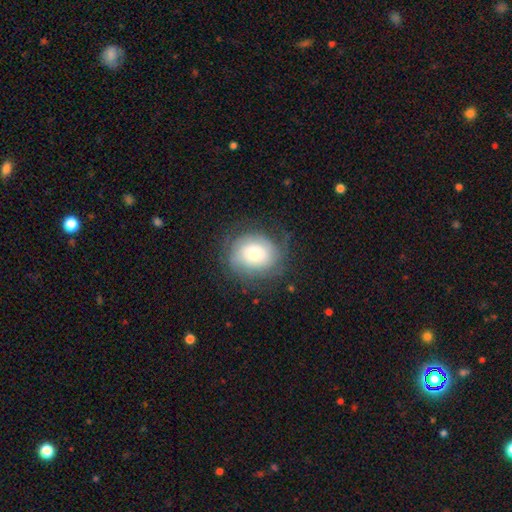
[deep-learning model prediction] Morphology: type=featured or disk (52%); edge-on=no (97%); merging=none (73%).